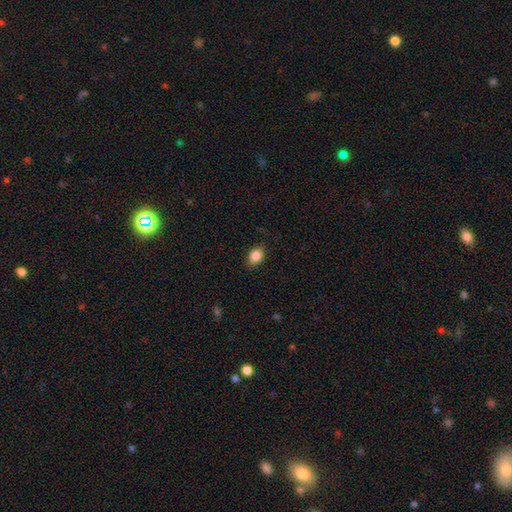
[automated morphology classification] This appears to be a smooth galaxy with no disk features (84%) that is in between round and cigar-shaped (73%). Merging: none (83%).